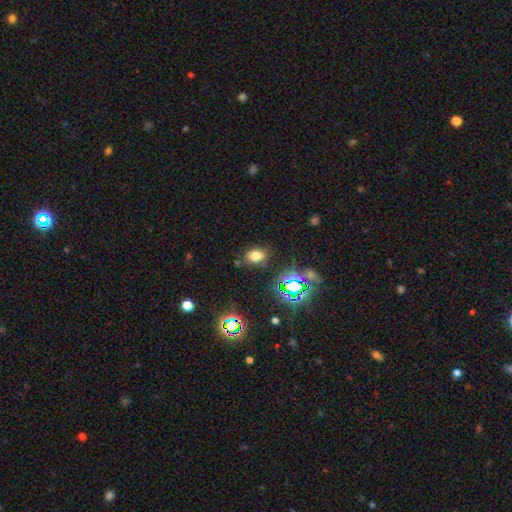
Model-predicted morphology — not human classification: Smooth or featured? smooth (68%)
How rounded? in between (71%)
Merging? none (80%)